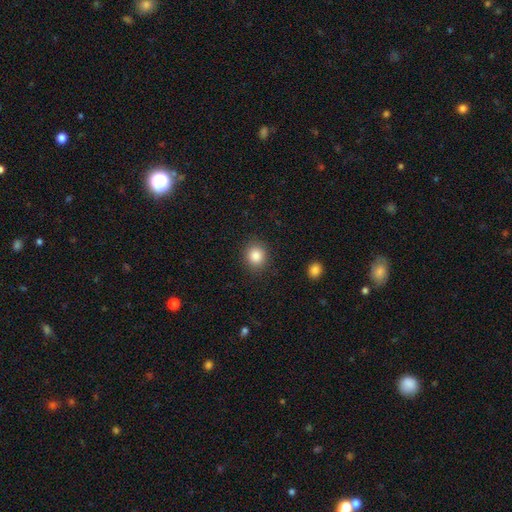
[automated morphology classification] Overall: smooth (86%). How rounded: round (80%). Merging: none (88%).